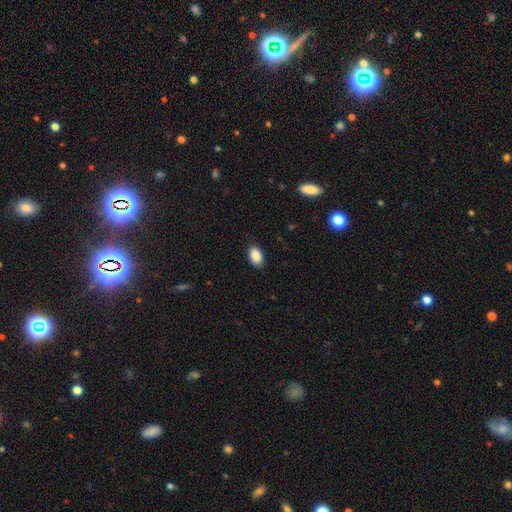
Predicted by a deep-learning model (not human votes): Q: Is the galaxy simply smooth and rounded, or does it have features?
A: smooth — 89%.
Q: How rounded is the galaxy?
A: in between — 92%.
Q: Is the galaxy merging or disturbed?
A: none — 88%.